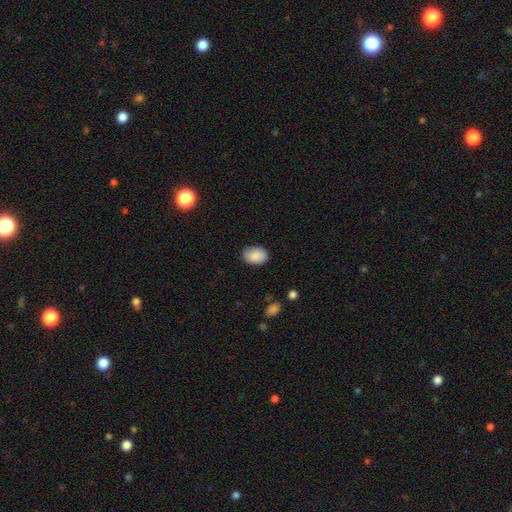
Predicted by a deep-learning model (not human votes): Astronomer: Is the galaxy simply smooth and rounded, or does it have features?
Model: smooth — 88%.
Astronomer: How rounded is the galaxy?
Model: in between — 78%.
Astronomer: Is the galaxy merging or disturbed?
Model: none — 83%.